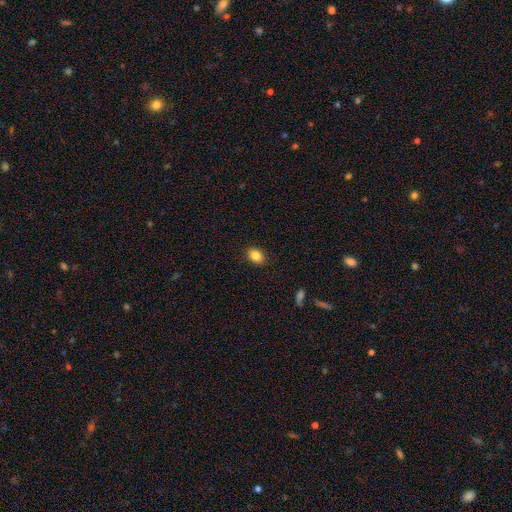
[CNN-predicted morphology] Smooth or featured: smooth — 85% (star or artifact — 9%)
How rounded: in between — 68% (round — 31%)
Merging: none — 88% (minor disturbance — 8%)